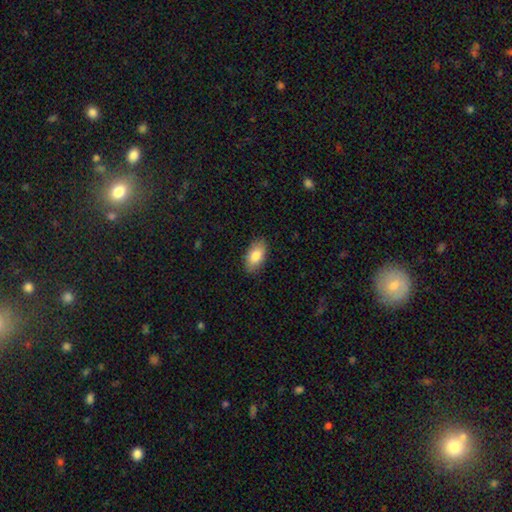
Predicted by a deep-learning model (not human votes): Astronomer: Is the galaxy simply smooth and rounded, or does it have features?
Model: smooth — 83%.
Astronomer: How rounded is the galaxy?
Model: in between — 93%.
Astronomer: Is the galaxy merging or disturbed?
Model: none — 87%.